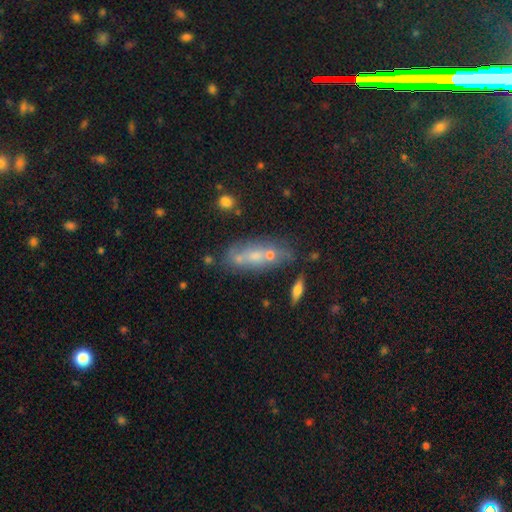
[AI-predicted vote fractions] Smooth or featured: smooth — 46% (featured or disk — 37%)
Merging: none — 47% (merger — 28%)